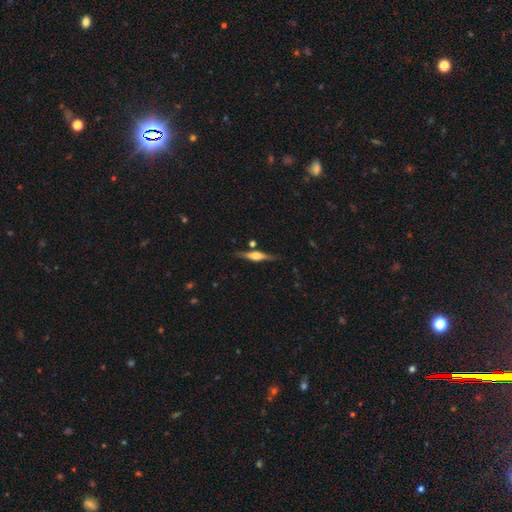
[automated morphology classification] A featured or disk galaxy (71%) viewed edge-on (97%) with a rounded central bulge (88%).

Vote fractions:
- Smooth or featured? featured or disk: 71% / smooth: 23% / star or artifact: 6%
- Edge-on disk? yes: 97% / no: 3%
- Edge-on bulge? rounded: 88% / boxy: 9% / none: 3%
- Merging? none: 84% / minor disturbance: 10% / merger: 4% / major disturbance: 2%